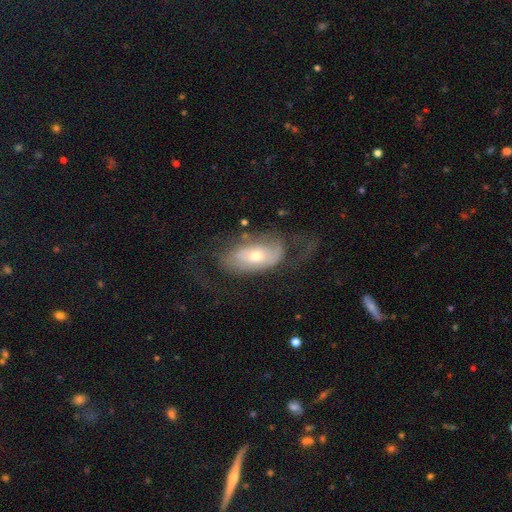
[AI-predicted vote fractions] Smooth or featured?
  - featured or disk: 61% *
  - smooth: 32%
  - star or artifact: 7%
Edge-on disk?
  - no: 89% *
  - yes: 11%
Bar?
  - no: 70% *
  - weak: 22%
  - strong: 8%
Spiral arms?
  - yes: 62% *
  - no: 38%
Bulge size?
  - moderate: 57% *
  - small: 35%
  - large: 5%
  - dominant: 1%
  - none: 1%
Merging?
  - none: 46% *
  - major disturbance: 32%
  - minor disturbance: 19%
  - merger: 3%